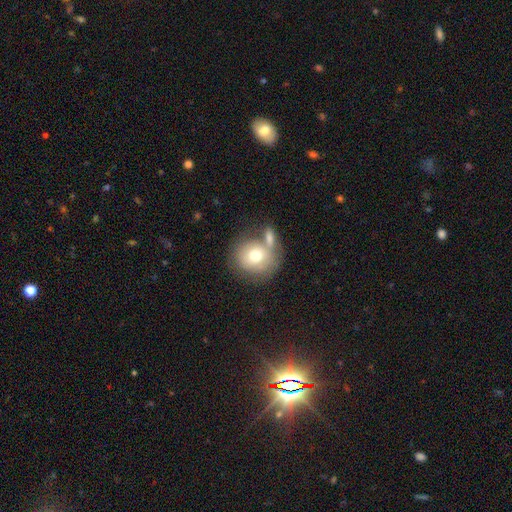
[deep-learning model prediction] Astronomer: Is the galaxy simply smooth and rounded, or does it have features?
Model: smooth — 70%.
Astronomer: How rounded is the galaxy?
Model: round — 84%.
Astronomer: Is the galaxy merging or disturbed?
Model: none — 50% (runner-up: merger, 30%).